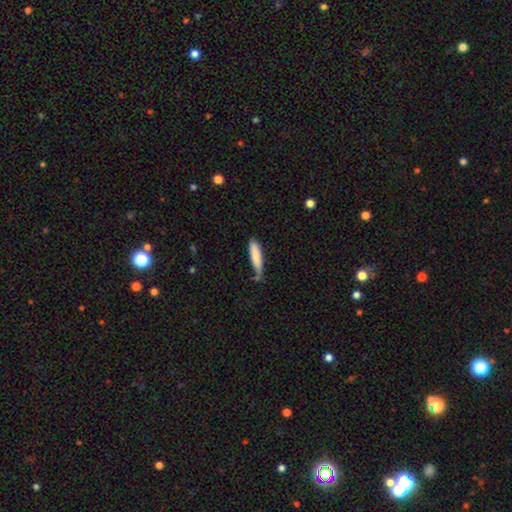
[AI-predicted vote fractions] smooth 83%, featured or disk 11%, star or artifact 6%. Down the decision tree: how rounded — cigar-shaped (81%); merging — none (54%).